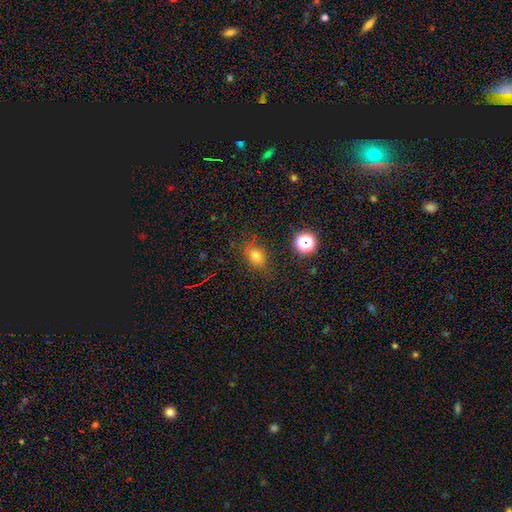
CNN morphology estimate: A smooth galaxy with no disk features (71%) that is in between round and cigar-shaped (63%). Merging: none (76%).